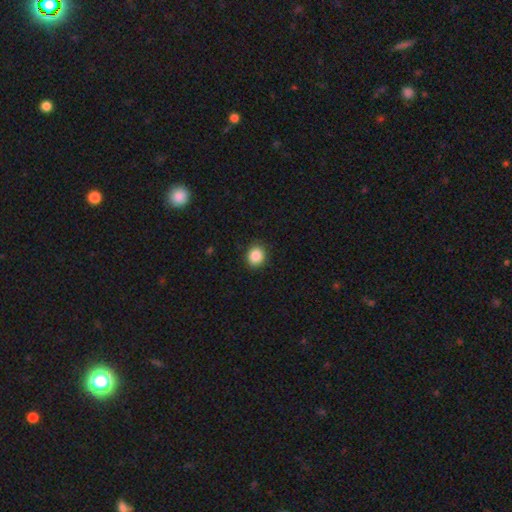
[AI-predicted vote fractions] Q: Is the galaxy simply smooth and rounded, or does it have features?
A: smooth — 88%.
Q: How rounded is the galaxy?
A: round — 72%.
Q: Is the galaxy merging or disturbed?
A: none — 89%.